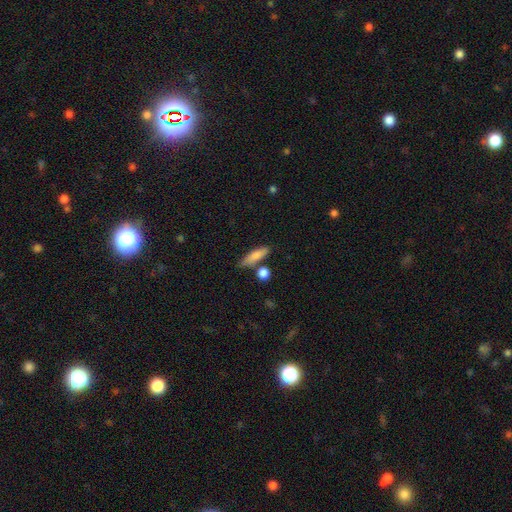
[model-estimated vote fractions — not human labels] Q: Smooth or featured?
A: smooth (78%); runner-up: featured or disk (15%)
Q: How rounded?
A: cigar-shaped (59%); runner-up: in between (37%)
Q: Merging?
A: none (68%); runner-up: minor disturbance (15%)